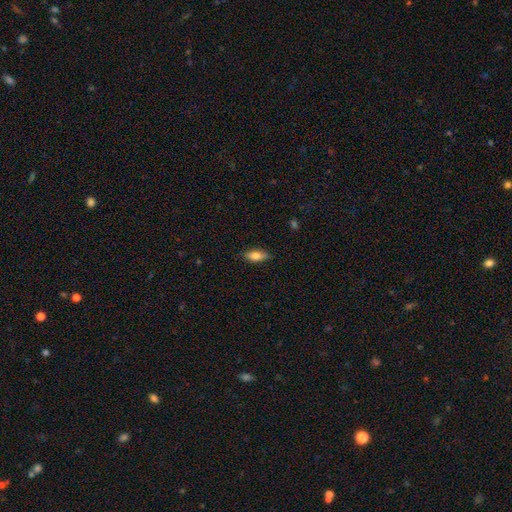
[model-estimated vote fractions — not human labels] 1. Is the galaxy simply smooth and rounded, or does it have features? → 69% smooth, 24% featured or disk, 7% star or artifact.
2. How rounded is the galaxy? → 71% in between, 26% cigar-shaped, 3% round.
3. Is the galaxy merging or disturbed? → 81% none, 15% minor disturbance, 3% major disturbance, 1% merger.